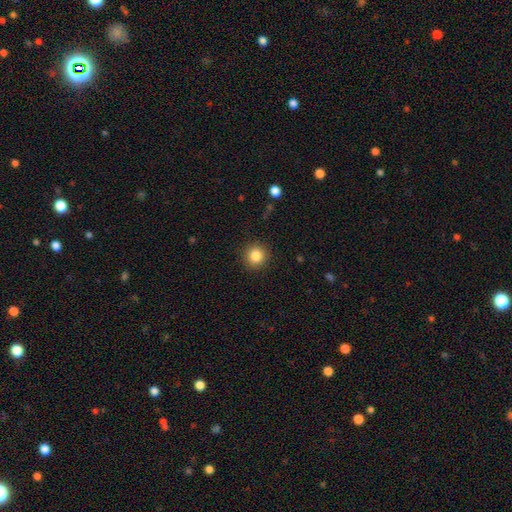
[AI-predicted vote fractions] Q: Smooth or featured?
A: smooth (85%); runner-up: star or artifact (10%)
Q: How rounded?
A: round (93%); runner-up: in between (6%)
Q: Merging?
A: none (91%); runner-up: minor disturbance (6%)